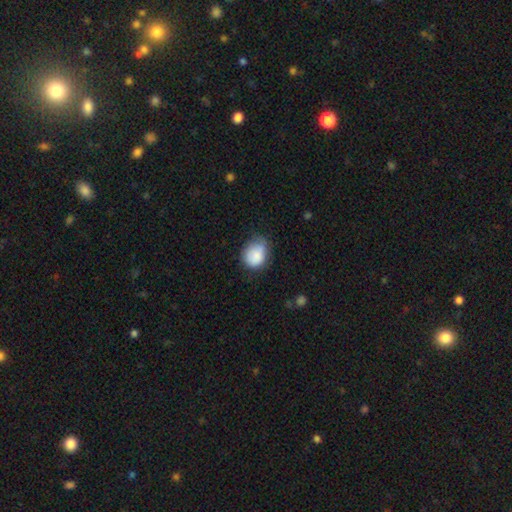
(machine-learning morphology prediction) Smooth or featured: smooth — 85% (star or artifact — 8%)
How rounded: round — 53% (in between — 46%)
Merging: none — 54% (minor disturbance — 35%)